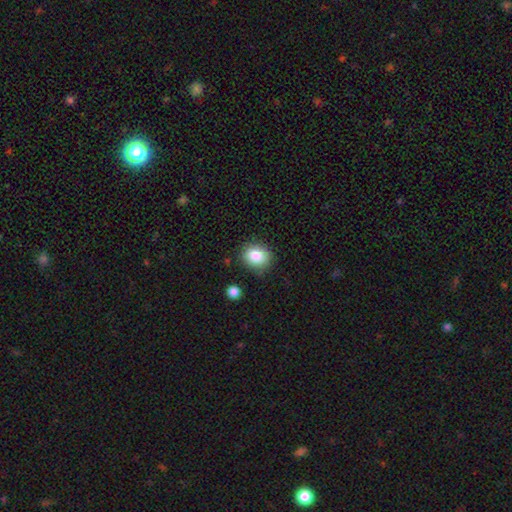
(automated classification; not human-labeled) Smooth or featured? Predicted: smooth (p=0.86). How rounded? Predicted: round (p=0.61). Merging? Predicted: none (p=0.82).